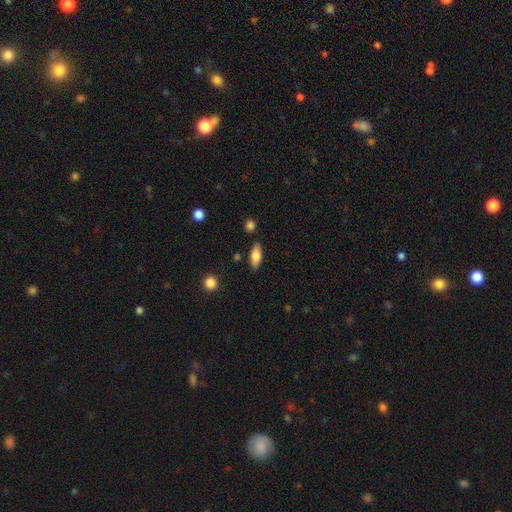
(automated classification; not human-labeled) This is likely a smooth galaxy (78%). How rounded: likely in between (78%). Merging: clearly none (83%).